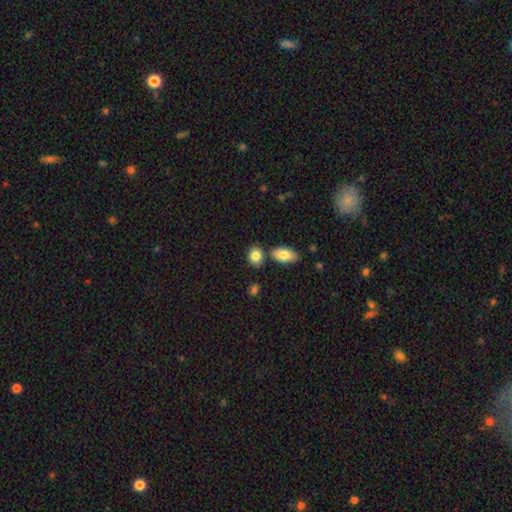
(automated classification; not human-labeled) Smooth or featured: smooth — 84% (featured or disk — 8%)
How rounded: in between — 65% (round — 33%)
Merging: none — 66% (merger — 19%)